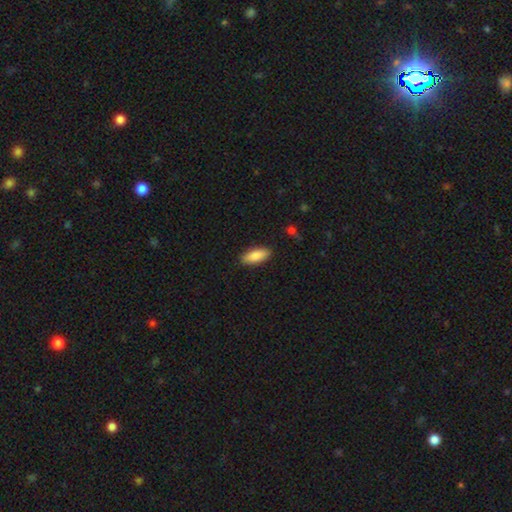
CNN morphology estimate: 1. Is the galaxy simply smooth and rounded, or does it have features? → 88% smooth, 7% featured or disk, 6% star or artifact.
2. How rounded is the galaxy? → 79% in between, 19% cigar-shaped, 2% round.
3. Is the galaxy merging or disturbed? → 89% none, 8% minor disturbance, 2% major disturbance, 1% merger.